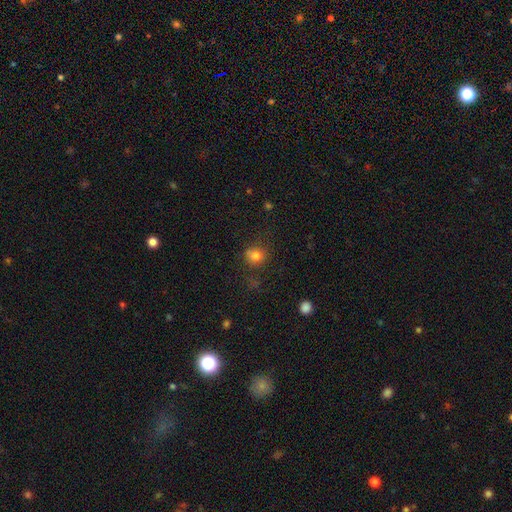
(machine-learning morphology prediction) type=smooth (79%); roundness=round (83%); merging=none (76%).